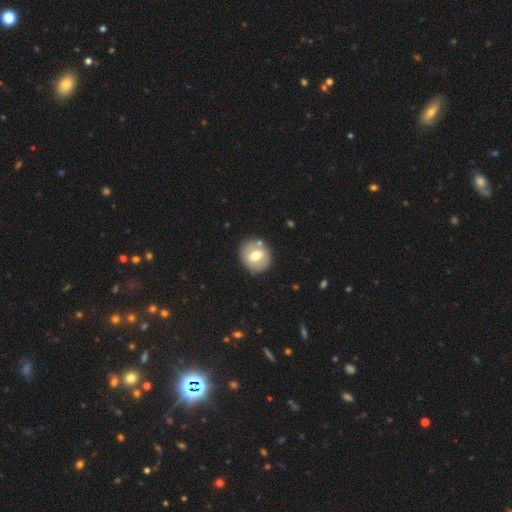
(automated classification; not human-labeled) Morphology: type=smooth (59%); roundness=round (74%); merging=none (79%).